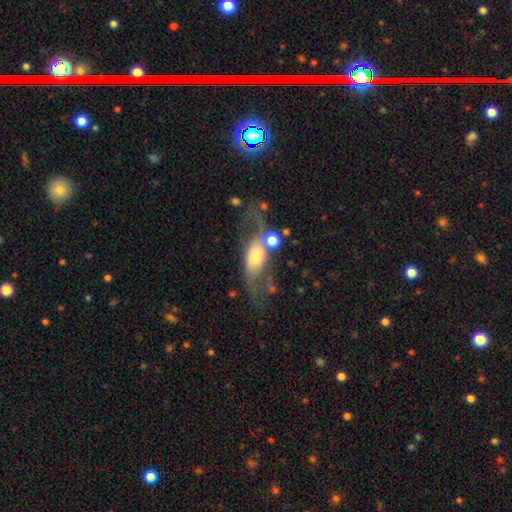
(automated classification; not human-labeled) smooth-or-featured: featured or disk: 57% | smooth: 36% | star or artifact: 8%
  disk-edge-on: no: 85% | yes: 15%
  merging: none: 32% | major disturbance: 30% | minor disturbance: 19% | merger: 19%